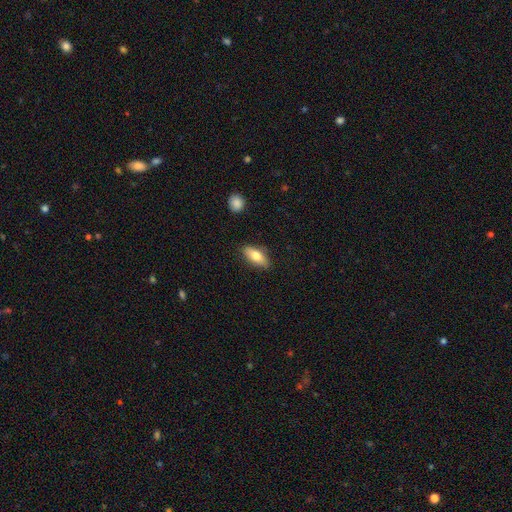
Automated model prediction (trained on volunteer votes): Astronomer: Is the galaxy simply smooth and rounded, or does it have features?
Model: smooth — 75%.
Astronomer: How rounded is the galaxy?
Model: in between — 80%.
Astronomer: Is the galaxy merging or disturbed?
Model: none — 84%.